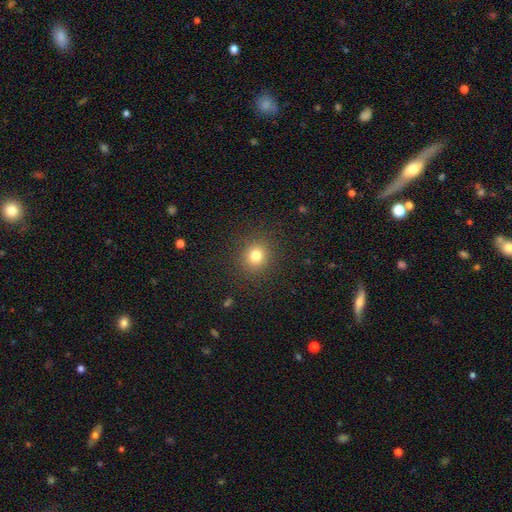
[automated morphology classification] Smooth or featured?
  - smooth: 79% *
  - star or artifact: 14%
  - featured or disk: 7%
How rounded?
  - round: 86% *
  - in between: 13%
  - cigar-shaped: 1%
Merging?
  - none: 89% *
  - minor disturbance: 7%
  - major disturbance: 3%
  - merger: 1%